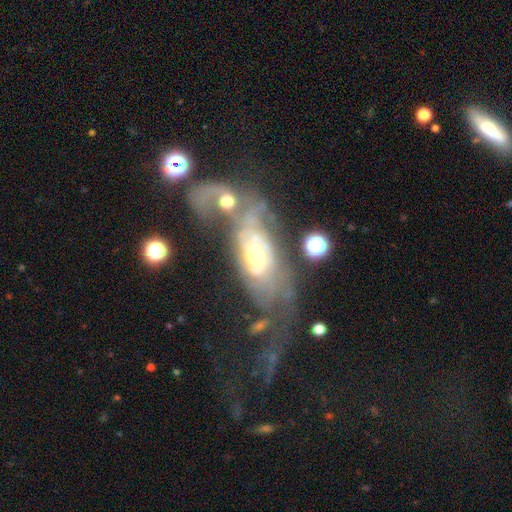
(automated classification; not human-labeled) Morphology: type=featured or disk (75%); edge-on=no (89%); bar=no (57%); spiral arms=yes (74%); bulge=moderate (64%); merging=major disturbance (36%).